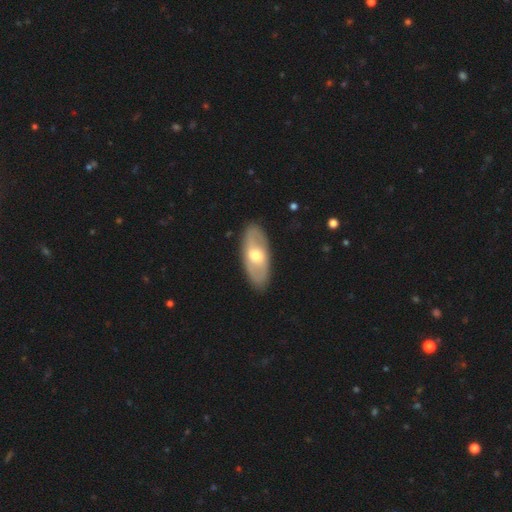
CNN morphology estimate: This is possibly a featured or disk galaxy (54%). It is clearly not viewed edge-on (82%). Merging: clearly none (88%).